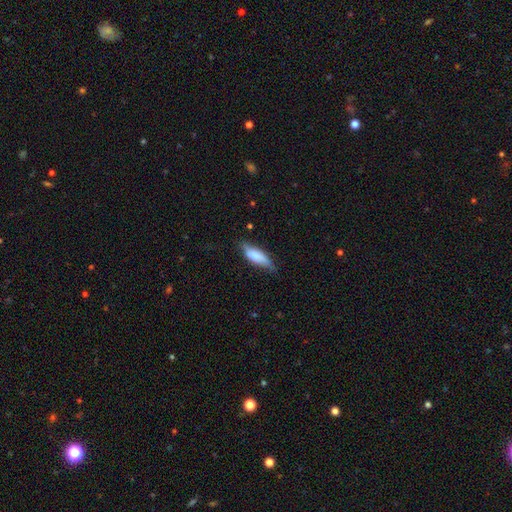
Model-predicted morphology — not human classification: Q: Smooth or featured?
A: smooth (71%); runner-up: featured or disk (22%)
Q: How rounded?
A: in between (60%); runner-up: cigar-shaped (38%)
Q: Merging?
A: none (65%); runner-up: minor disturbance (28%)